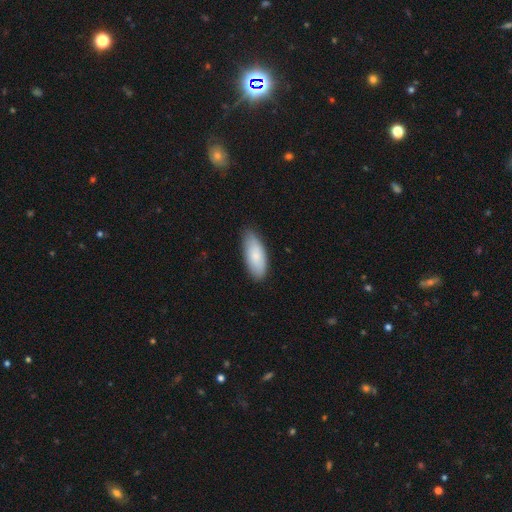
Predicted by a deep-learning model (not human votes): A smooth galaxy with no disk features (83%) that is in between round and cigar-shaped (82%). Merging: none (83%).